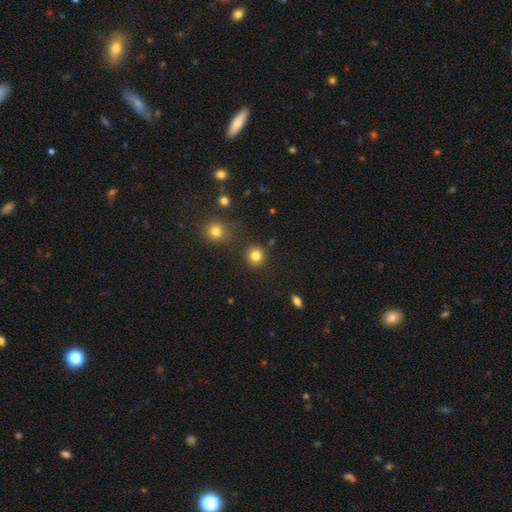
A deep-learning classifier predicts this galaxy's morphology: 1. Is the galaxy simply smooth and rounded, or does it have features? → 82% smooth, 12% star or artifact, 5% featured or disk.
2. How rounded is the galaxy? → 89% round, 10% in between, 1% cigar-shaped.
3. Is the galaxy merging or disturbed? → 85% none, 8% minor disturbance, 4% merger, 3% major disturbance.